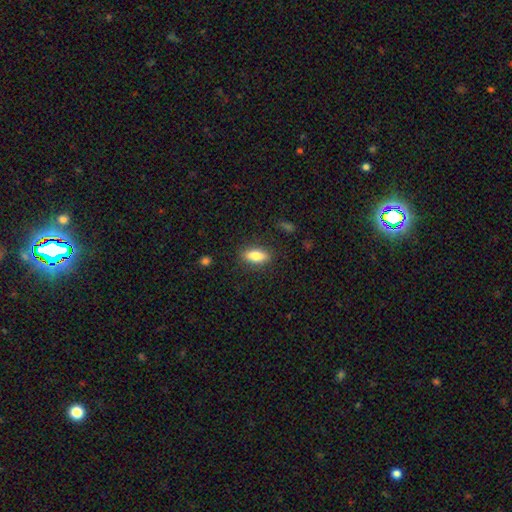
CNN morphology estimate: type=smooth (79%); roundness=in between (75%); merging=none (86%).